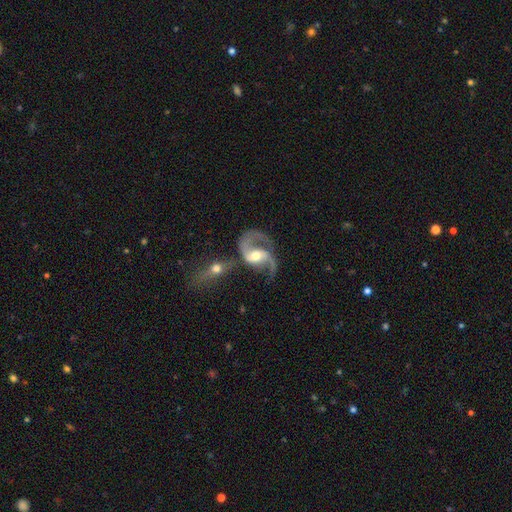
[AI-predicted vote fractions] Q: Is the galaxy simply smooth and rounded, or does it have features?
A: featured or disk — 89%.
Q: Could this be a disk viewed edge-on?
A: no — 97%.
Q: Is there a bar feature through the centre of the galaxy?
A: weak — 42%.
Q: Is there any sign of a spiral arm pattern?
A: yes — 96%.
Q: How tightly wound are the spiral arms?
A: loose — 48%.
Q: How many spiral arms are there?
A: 2 — 86%.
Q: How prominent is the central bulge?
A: moderate — 68%.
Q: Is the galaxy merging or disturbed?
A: none — 43%.